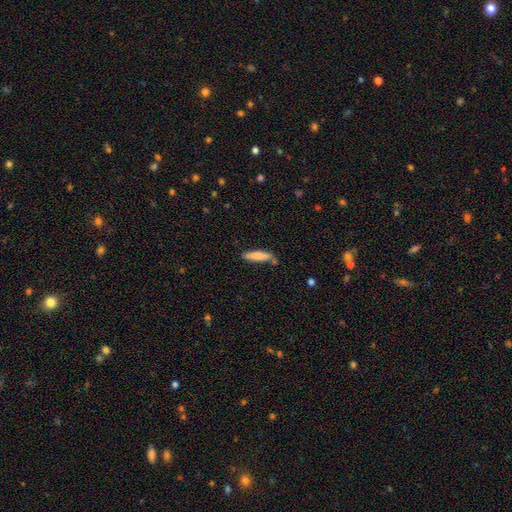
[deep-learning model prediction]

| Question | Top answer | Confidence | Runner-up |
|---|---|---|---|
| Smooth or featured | smooth | 76% | featured or disk (18%) |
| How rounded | cigar-shaped | 79% | in between (20%) |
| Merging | none | 79% | minor disturbance (13%) |